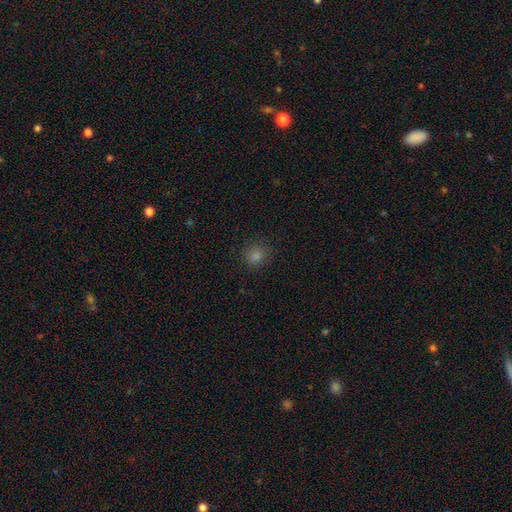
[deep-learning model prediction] Smooth or featured: smooth — 78% (star or artifact — 17%)
How rounded: round — 88% (in between — 11%)
Merging: none — 90% (minor disturbance — 7%)